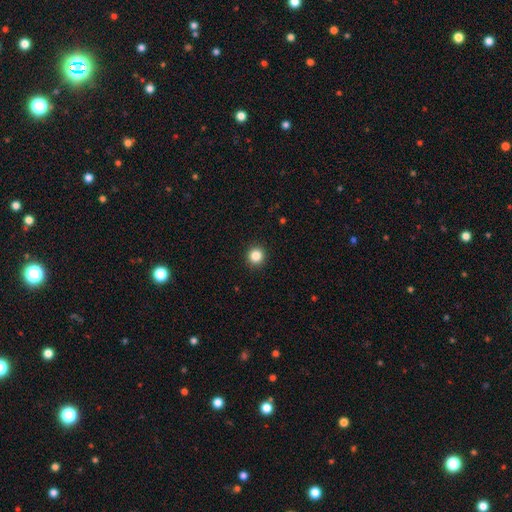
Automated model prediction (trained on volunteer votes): Q: Smooth or featured?
A: smooth (85%); runner-up: star or artifact (11%)
Q: How rounded?
A: round (94%); runner-up: in between (5%)
Q: Merging?
A: none (93%); runner-up: minor disturbance (4%)